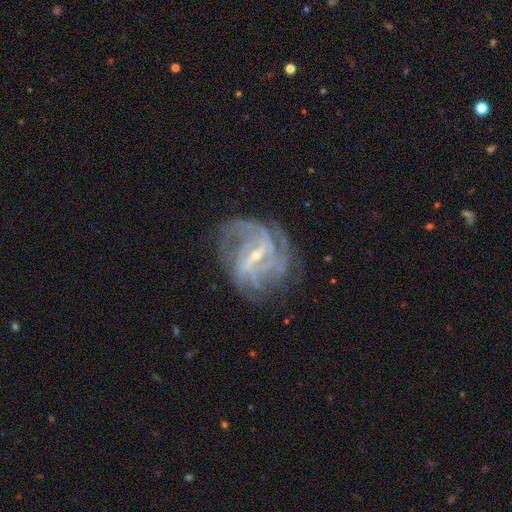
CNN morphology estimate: The model was most divided on "spiral winding": tight: 43%, medium: 42%, loose: 15%. Remaining: edge-on disk — no (97%); spiral arms — yes (95%); smooth or featured — featured or disk (89%); bulge size — small (74%); merging — none (67%); bar — strong (53%); spiral arm count — can't tell (25%).